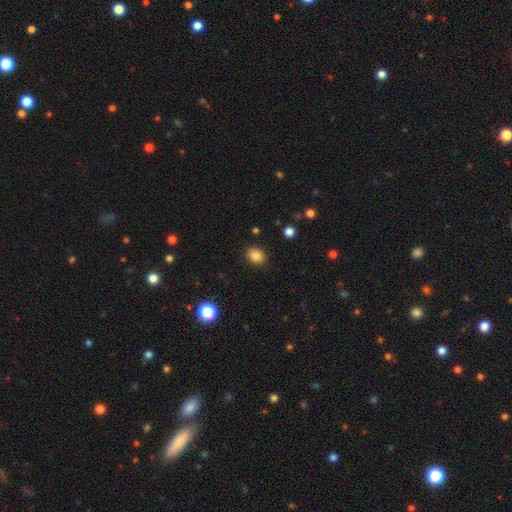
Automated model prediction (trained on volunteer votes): This appears to be a smooth galaxy with no disk features (85%) that is round (50%). Merging: none (88%).